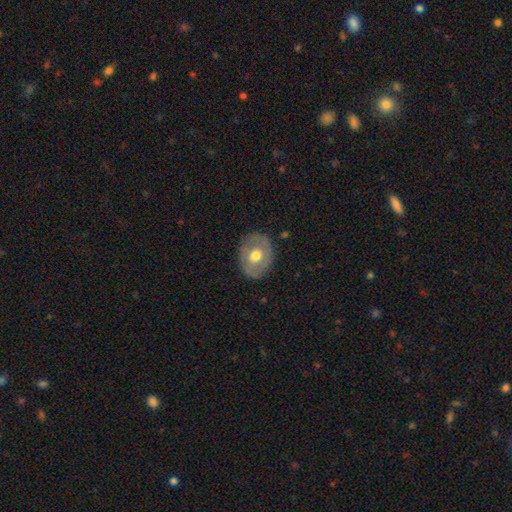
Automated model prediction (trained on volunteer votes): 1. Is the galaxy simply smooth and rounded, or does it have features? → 52% smooth, 42% featured or disk, 6% star or artifact.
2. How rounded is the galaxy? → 51% in between, 48% round, 1% cigar-shaped.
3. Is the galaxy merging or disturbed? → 82% none, 13% minor disturbance, 4% major disturbance, 1% merger.